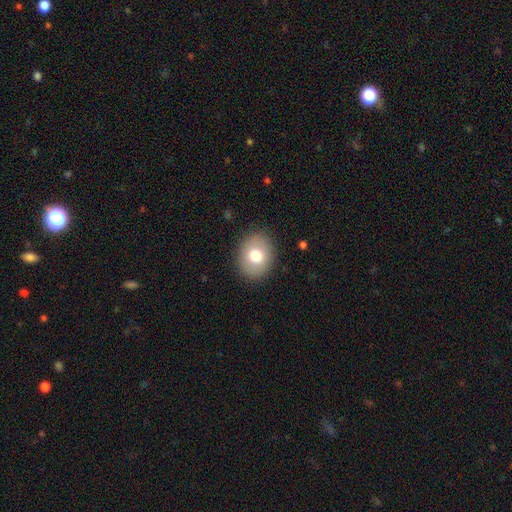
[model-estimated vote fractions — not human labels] Smooth or featured?
  - smooth: 75% *
  - featured or disk: 17%
  - star or artifact: 8%
How rounded?
  - round: 52% *
  - in between: 47%
  - cigar-shaped: 1%
Merging?
  - none: 88% *
  - minor disturbance: 8%
  - major disturbance: 3%
  - merger: 1%